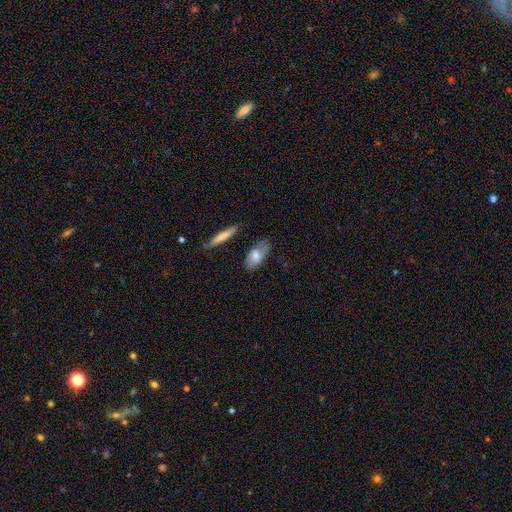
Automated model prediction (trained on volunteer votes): Morphology: type=smooth (69%); roundness=in between (84%); merging=none (68%).